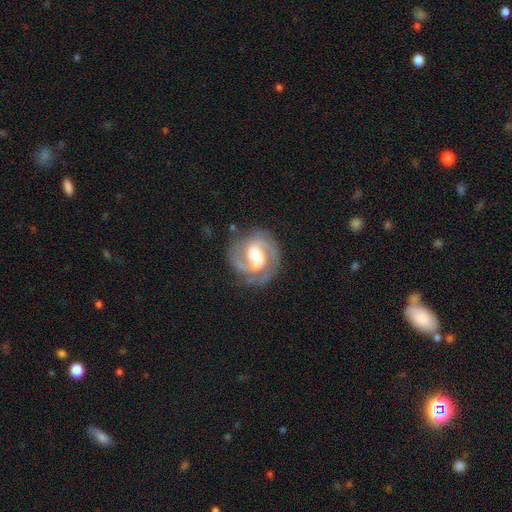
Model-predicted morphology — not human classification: Smooth or featured?
  - featured or disk: 86% *
  - smooth: 8%
  - star or artifact: 5%
Edge-on disk?
  - no: 98% *
  - yes: 2%
Bar?
  - weak: 44% *
  - no: 31%
  - strong: 25%
Spiral arms?
  - yes: 96% *
  - no: 4%
Spiral winding?
  - medium: 50% *
  - tight: 39%
  - loose: 11%
Spiral arm count?
  - 2: 80% *
  - 3: 8%
  - can't tell: 5%
  - 1: 3%
  - 4: 2%
  - more than 4: 2%
Bulge size?
  - moderate: 60% *
  - small: 19%
  - large: 17%
  - none: 2%
  - dominant: 2%
Merging?
  - none: 68% *
  - minor disturbance: 15%
  - merger: 9%
  - major disturbance: 8%